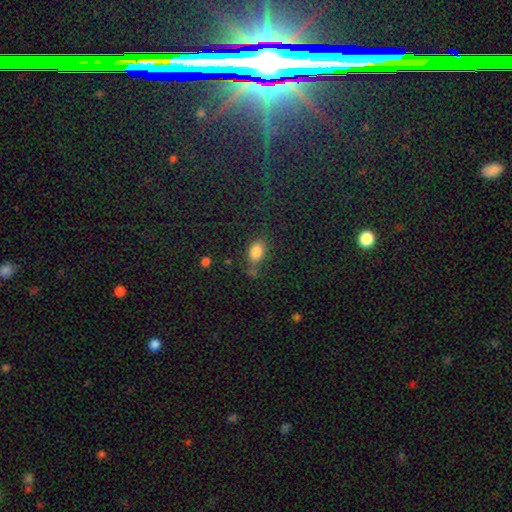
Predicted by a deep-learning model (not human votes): Smooth or featured?
  - smooth: 81% *
  - star or artifact: 12%
  - featured or disk: 7%
How rounded?
  - in between: 85% *
  - round: 11%
  - cigar-shaped: 3%
Merging?
  - none: 63% *
  - minor disturbance: 20%
  - merger: 11%
  - major disturbance: 7%